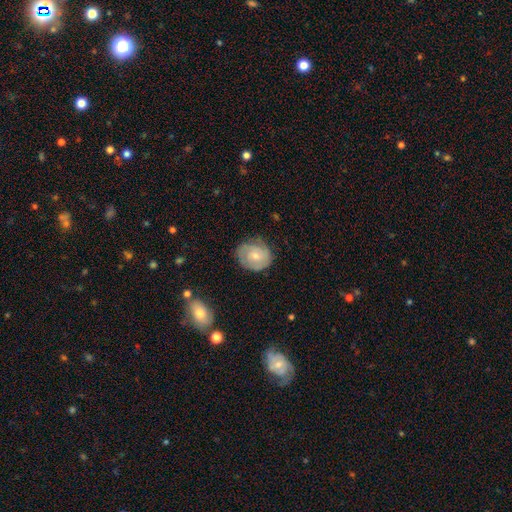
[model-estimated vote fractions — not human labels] Smooth or featured?
  - smooth: 51% *
  - featured or disk: 42%
  - star or artifact: 7%
How rounded?
  - round: 61% *
  - in between: 38%
  - cigar-shaped: 1%
Merging?
  - none: 68% *
  - minor disturbance: 23%
  - major disturbance: 7%
  - merger: 1%